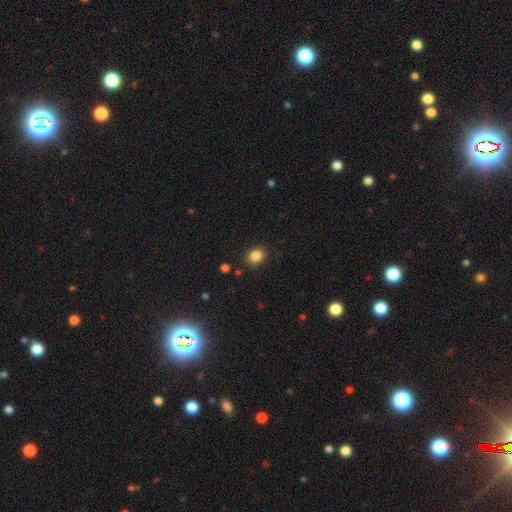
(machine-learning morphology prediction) smooth_or_featured: smooth (p=0.85) [alt: star or artifact p=0.10]
how_rounded: round (p=0.58) [alt: in between p=0.41]
merging: none (p=0.87) [alt: minor disturbance p=0.09]